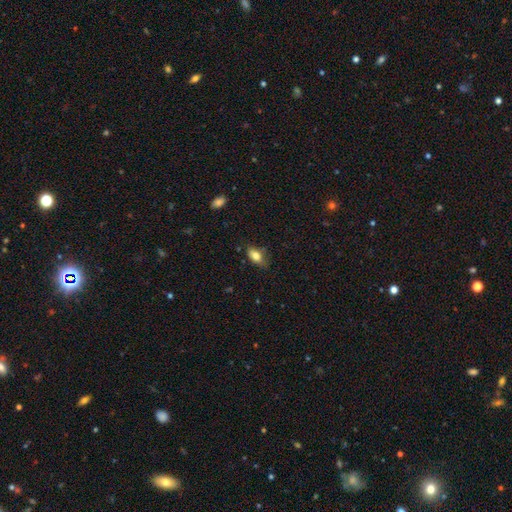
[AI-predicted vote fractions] Overall: smooth (78%). How rounded: in between (87%). Merging: none (71%).